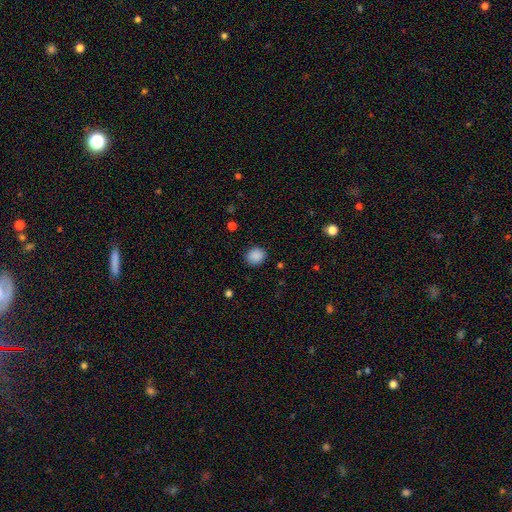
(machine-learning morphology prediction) Q: Smooth or featured?
A: smooth (88%); runner-up: star or artifact (9%)
Q: How rounded?
A: round (74%); runner-up: in between (25%)
Q: Merging?
A: none (89%); runner-up: minor disturbance (8%)